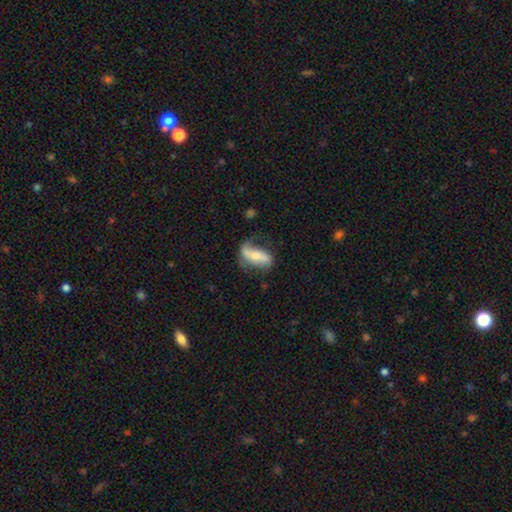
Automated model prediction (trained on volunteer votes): This is possibly a featured or disk galaxy (59%). It is clearly not viewed edge-on (87%). Bar: marginally strong (43%). Spiral arm pattern: likely yes (79%). Central bulge: possibly moderate (45%). Merging: possibly none (54%).